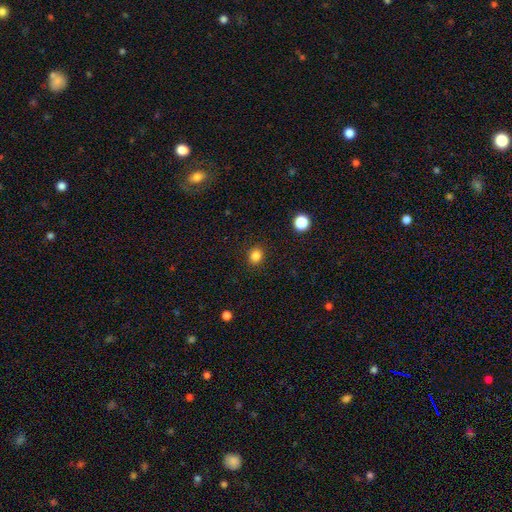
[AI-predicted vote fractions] A smooth galaxy with no disk features (84%) that is round (76%).

Vote fractions:
- Smooth or featured? smooth: 84% / star or artifact: 12% / featured or disk: 4%
- How rounded? round: 76% / in between: 23% / cigar-shaped: 1%
- Merging? none: 90% / minor disturbance: 7% / major disturbance: 2% / merger: 1%